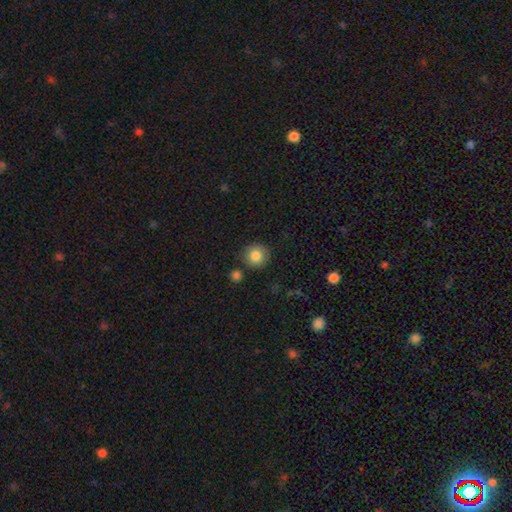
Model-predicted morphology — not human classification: Smooth or featured: smooth — 83% (star or artifact — 9%)
How rounded: round — 91% (in between — 8%)
Merging: none — 84% (minor disturbance — 9%)